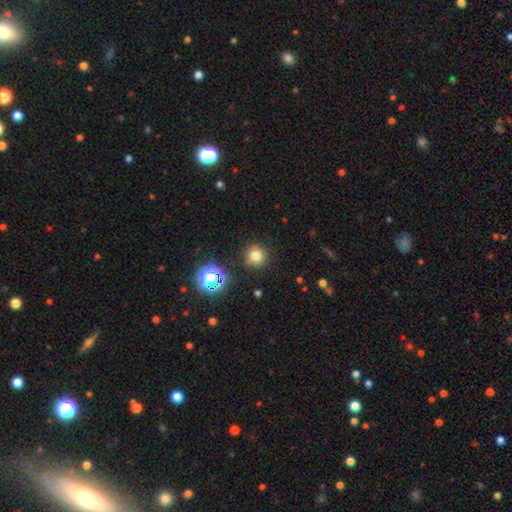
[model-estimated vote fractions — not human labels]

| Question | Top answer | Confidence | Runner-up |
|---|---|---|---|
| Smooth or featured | smooth | 75% | star or artifact (19%) |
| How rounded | round | 93% | in between (6%) |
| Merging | none | 84% | minor disturbance (9%) |